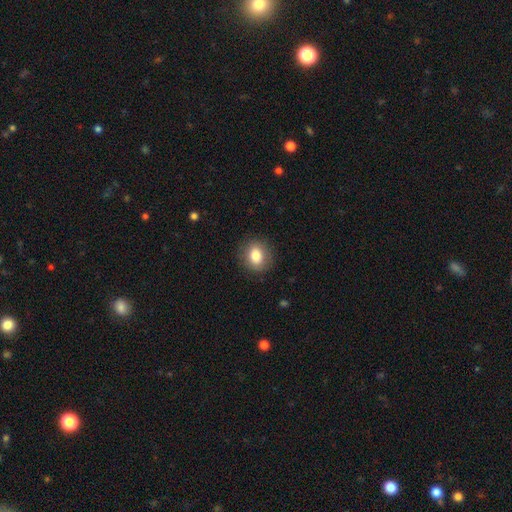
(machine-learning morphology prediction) This appears to be a smooth galaxy with no disk features (82%) that is round (64%). Merging: none (87%).